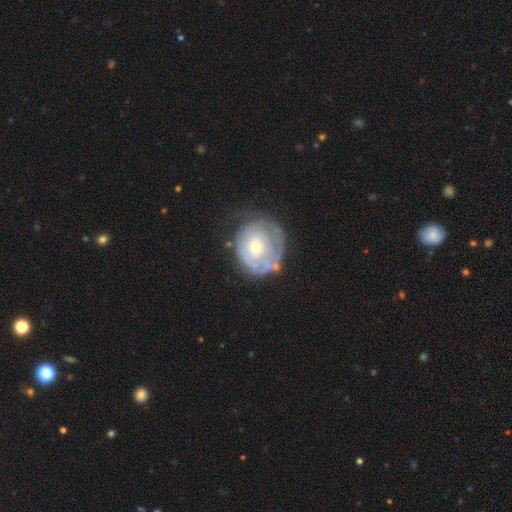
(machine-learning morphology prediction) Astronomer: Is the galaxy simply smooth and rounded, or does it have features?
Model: featured or disk — 62%.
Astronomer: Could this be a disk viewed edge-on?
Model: no — 97%.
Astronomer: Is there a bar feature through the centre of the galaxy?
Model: no — 84%.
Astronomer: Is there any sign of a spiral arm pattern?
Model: no — 51% (runner-up: yes, 49%).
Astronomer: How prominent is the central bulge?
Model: small — 57% (runner-up: moderate, 37%).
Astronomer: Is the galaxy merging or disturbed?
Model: none — 48% (runner-up: minor disturbance, 27%).